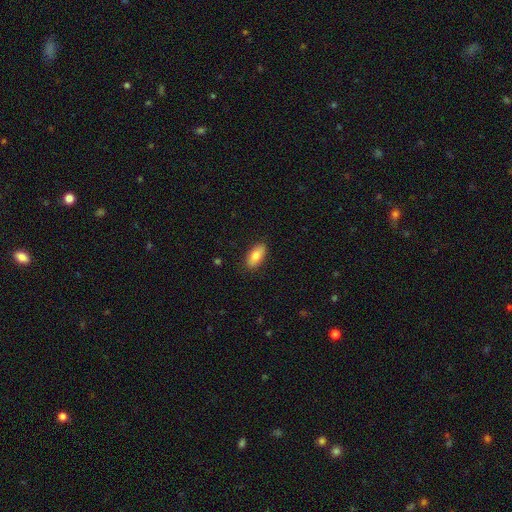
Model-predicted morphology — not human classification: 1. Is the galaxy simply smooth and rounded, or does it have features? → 82% smooth, 11% featured or disk, 7% star or artifact.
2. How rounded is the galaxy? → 89% in between, 9% cigar-shaped, 3% round.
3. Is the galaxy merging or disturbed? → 87% none, 10% minor disturbance, 2% major disturbance, 1% merger.